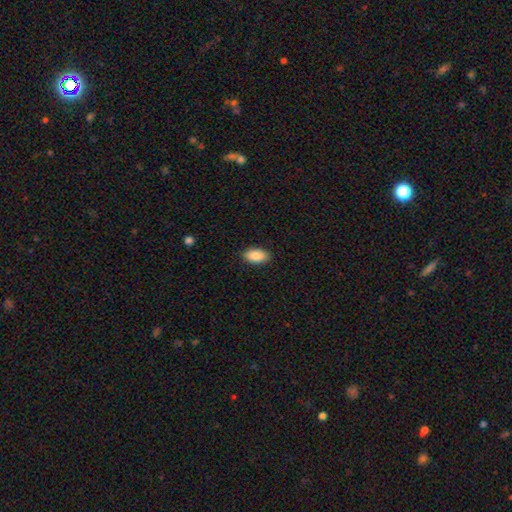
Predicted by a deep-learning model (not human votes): A smooth galaxy with no disk features (89%) that is in between round and cigar-shaped (93%).

Vote fractions:
- Smooth or featured? smooth: 89% / star or artifact: 7% / featured or disk: 5%
- How rounded? in between: 93% / cigar-shaped: 4% / round: 4%
- Merging? none: 88% / minor disturbance: 9% / major disturbance: 2% / merger: 1%